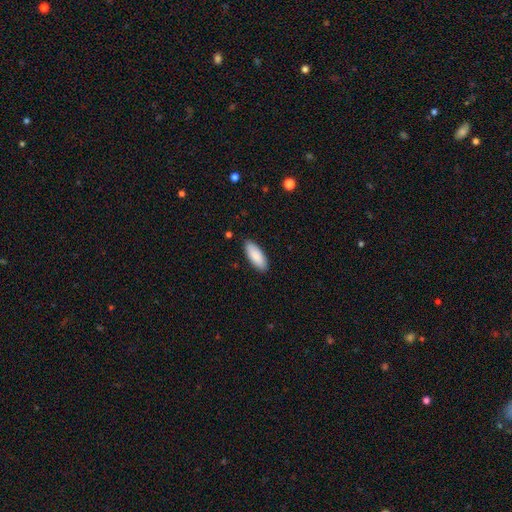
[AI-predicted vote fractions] smooth_or_featured: smooth (p=0.88) [alt: featured or disk p=0.07]
how_rounded: in between (p=0.78) [alt: cigar-shaped p=0.20]
merging: none (p=0.88) [alt: minor disturbance p=0.09]